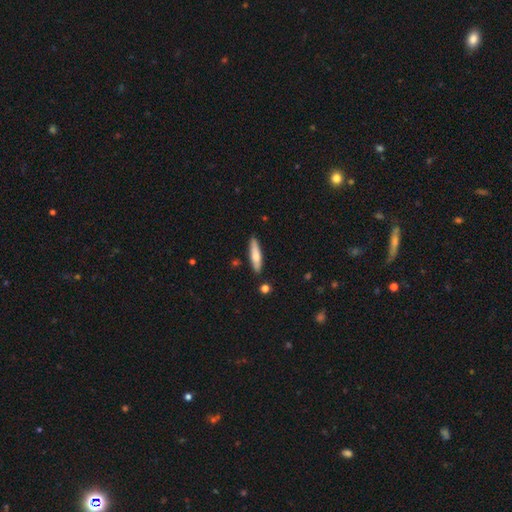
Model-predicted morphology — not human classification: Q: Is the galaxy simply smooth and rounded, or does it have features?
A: smooth — 67%.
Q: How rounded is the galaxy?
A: cigar-shaped — 78%.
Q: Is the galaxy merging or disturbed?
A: none — 87%.